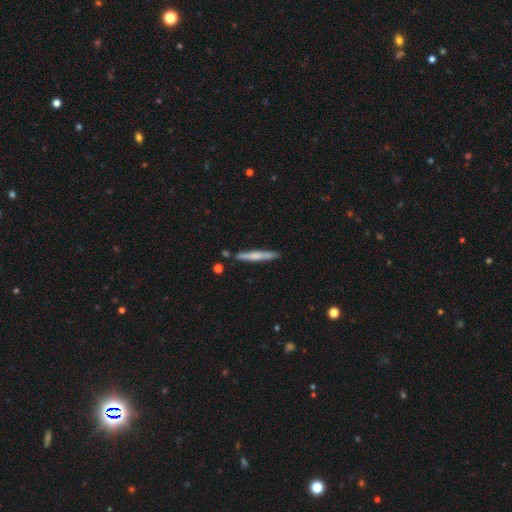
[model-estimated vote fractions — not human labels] A smooth galaxy with no disk features (53%) that is cigar-shaped (95%).

Vote fractions:
- Smooth or featured? smooth: 53% / featured or disk: 42% / star or artifact: 5%
- How rounded? cigar-shaped: 95% / in between: 3% / round: 1%
- Merging? none: 86% / minor disturbance: 9% / merger: 3% / major disturbance: 2%